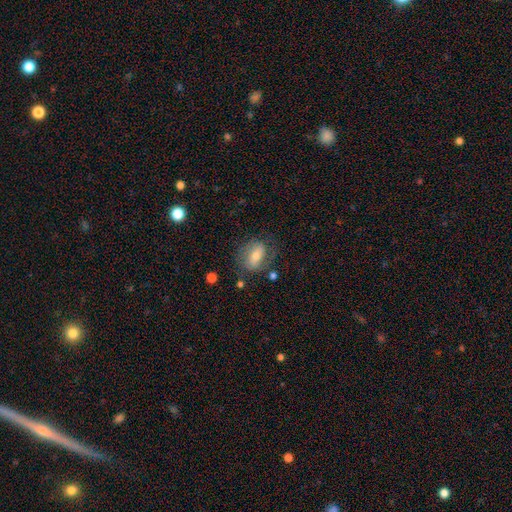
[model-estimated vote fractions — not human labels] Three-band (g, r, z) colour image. It shows a smooth galaxy with no disk features (46%). Merging: none (62%).